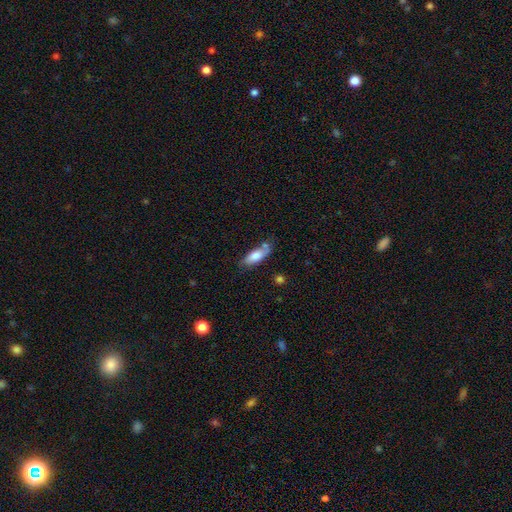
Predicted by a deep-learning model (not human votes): Morphology: type=smooth (73%); roundness=in between (72%); merging=none (56%).